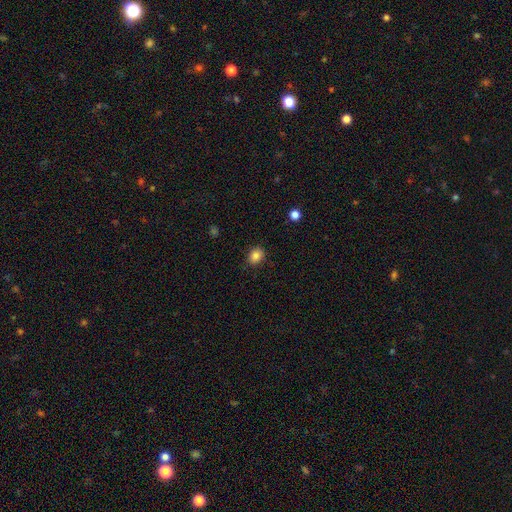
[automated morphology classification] smooth_or_featured: smooth (p=0.84) [alt: star or artifact p=0.11]
how_rounded: round (p=0.58) [alt: in between p=0.42]
merging: none (p=0.86) [alt: minor disturbance p=0.10]